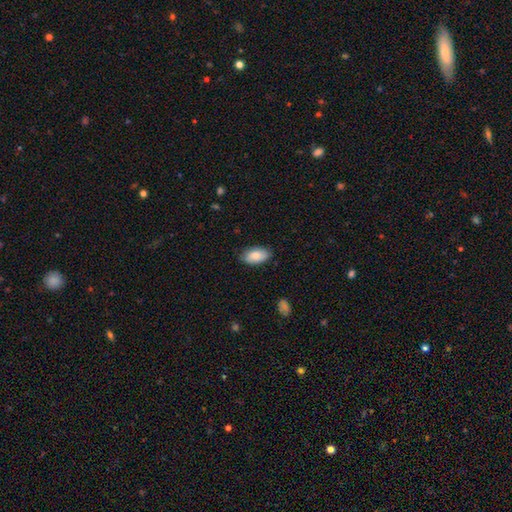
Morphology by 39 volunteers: Smooth or featured: smooth — 85% (featured or disk — 13%)
How rounded: in between — 94% (round — 3%)
Merging: none — 82% (minor disturbance — 8%)